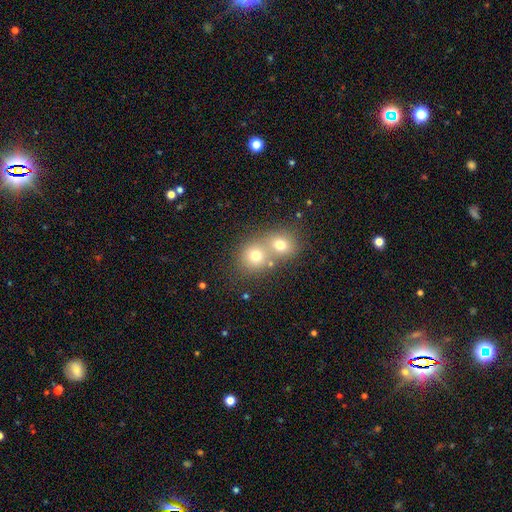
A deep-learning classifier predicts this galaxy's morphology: Overall: smooth (72%). How rounded: round (77%). Merging: merger (55%; none 36%).